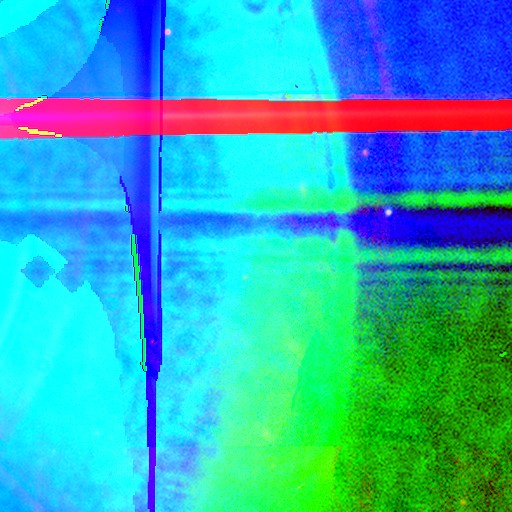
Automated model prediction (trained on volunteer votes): smooth-or-featured: star or artifact: 85% | featured or disk: 8% | smooth: 7%